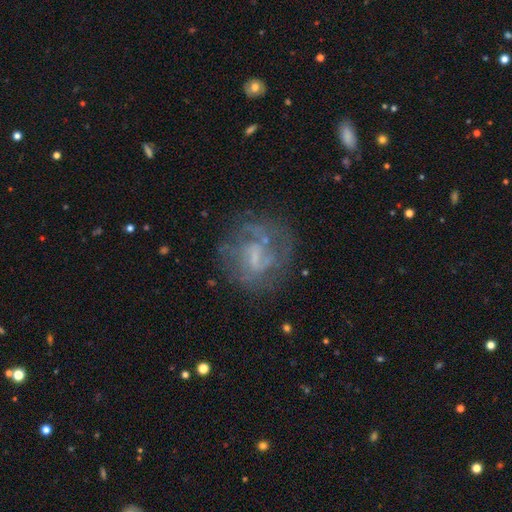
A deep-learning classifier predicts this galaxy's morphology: Smooth or featured: featured or disk — 68% (smooth — 21%)
Edge-on disk: no — 97% (yes — 3%)
Bar: weak — 45% (no — 40%)
Spiral arms: yes — 63% (no — 37%)
Bulge size: none — 40% (small — 38%)
Merging: none — 62% (major disturbance — 18%)